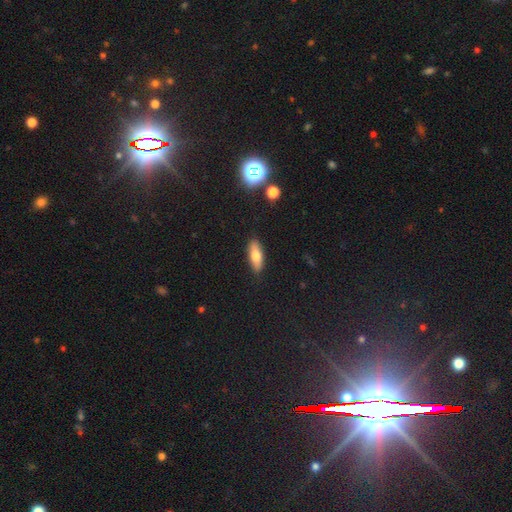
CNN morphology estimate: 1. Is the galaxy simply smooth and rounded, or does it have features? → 72% smooth, 20% featured or disk, 7% star or artifact.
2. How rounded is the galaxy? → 70% in between, 27% cigar-shaped, 3% round.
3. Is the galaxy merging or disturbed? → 86% none, 10% minor disturbance, 2% major disturbance, 1% merger.